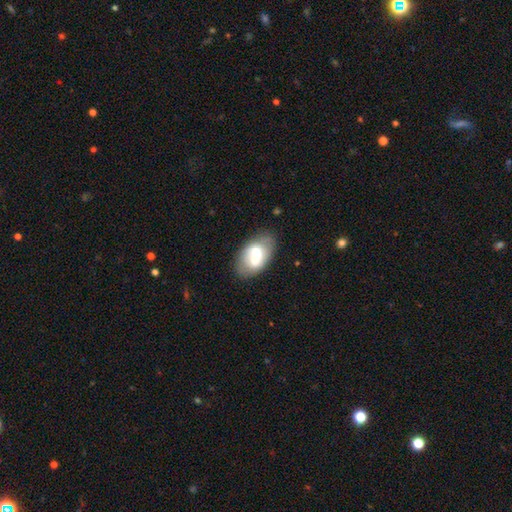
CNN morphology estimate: Overall: smooth (51%; featured or disk 41%). How rounded: in between (90%). Merging: none (68%).